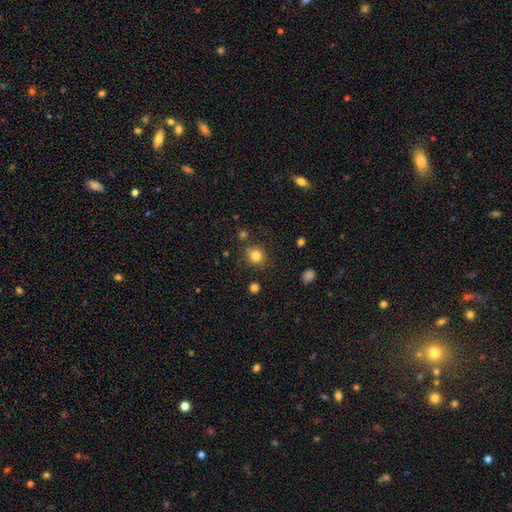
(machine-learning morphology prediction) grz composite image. It shows a smooth galaxy with no disk features (82%) that is round (73%). Merging: none (80%).